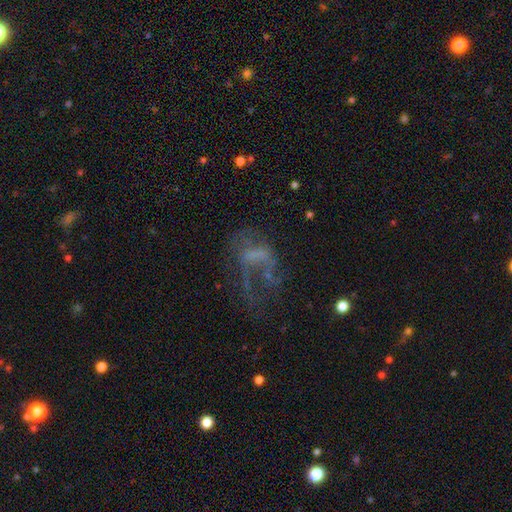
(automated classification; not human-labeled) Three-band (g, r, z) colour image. It shows a featured or disk galaxy (57%) with no bar (64%), no spiral arms (61%) and no central bulge (67%). Merging: major disturbance (51%).